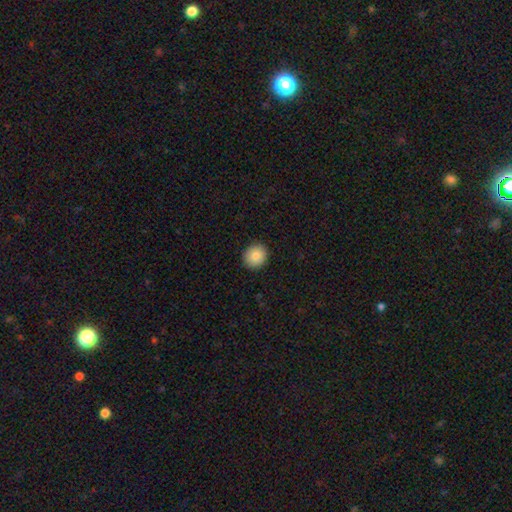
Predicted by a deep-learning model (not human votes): Smooth or featured: smooth — 86% (star or artifact — 8%)
How rounded: round — 83% (in between — 16%)
Merging: none — 91% (minor disturbance — 7%)